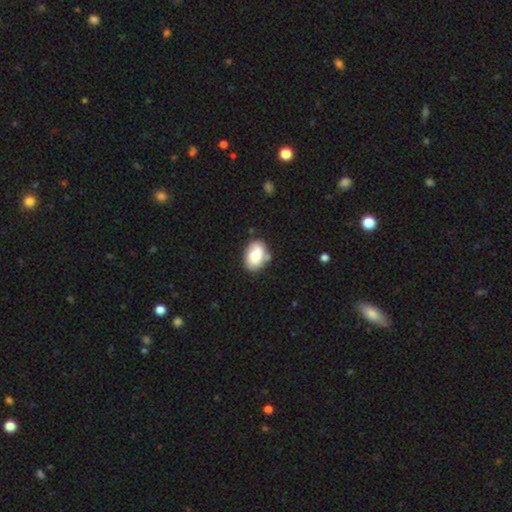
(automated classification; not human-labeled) Smooth or featured? Predicted: smooth (p=0.77). How rounded? Predicted: in between (p=0.83). Merging? Predicted: none (p=0.66).